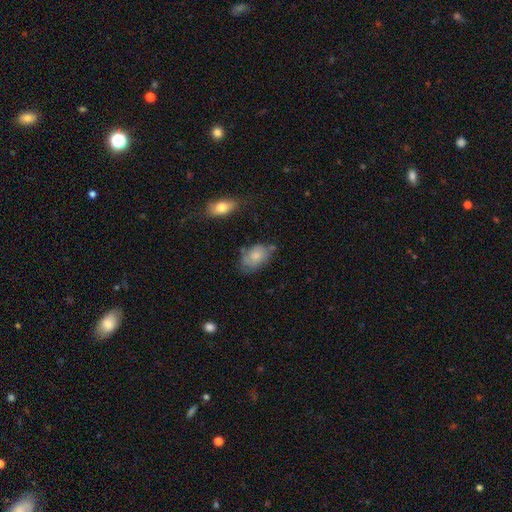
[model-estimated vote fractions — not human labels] smooth_or_featured: smooth (p=0.75) [alt: featured or disk p=0.18]
how_rounded: in between (p=0.86) [alt: round p=0.13]
merging: none (p=0.58) [alt: minor disturbance p=0.27]